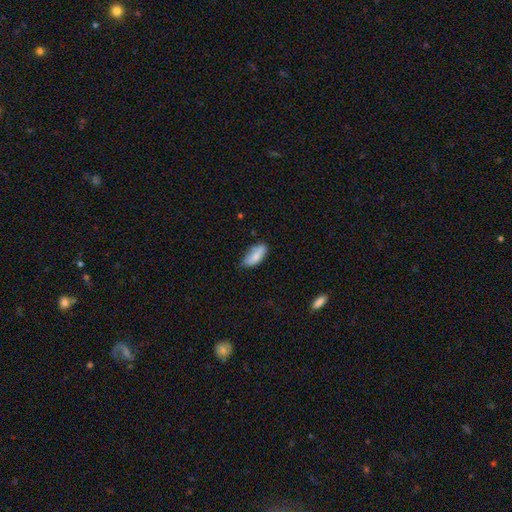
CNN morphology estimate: smooth_or_featured: smooth (p=0.76) [alt: featured or disk p=0.16]
how_rounded: in between (p=0.81) [alt: cigar-shaped p=0.16]
merging: none (p=0.57) [alt: minor disturbance p=0.32]